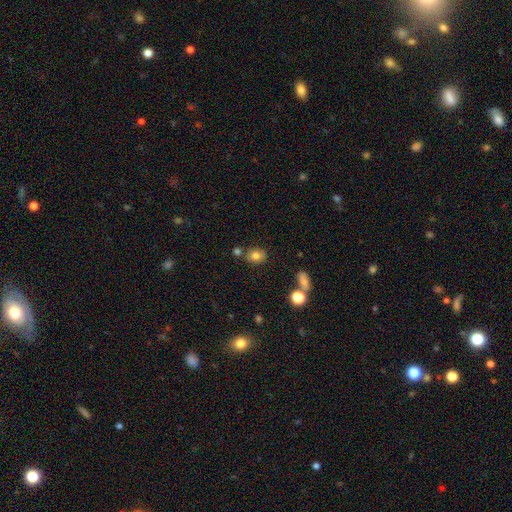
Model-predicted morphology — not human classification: Smooth or featured? smooth (79%)
How rounded? round (51%)
Merging? none (73%)